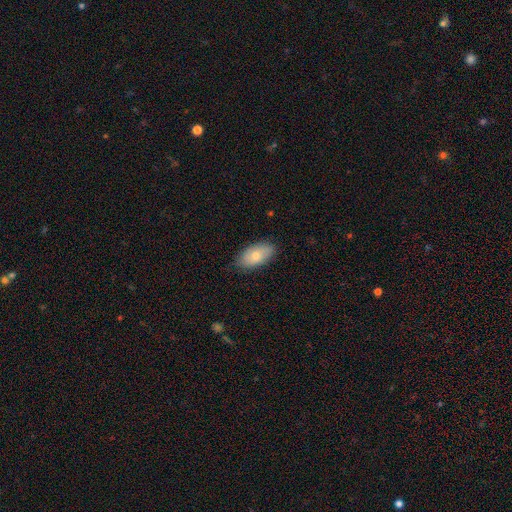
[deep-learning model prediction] smooth 73%, featured or disk 21%, star or artifact 6%. Down the decision tree: how rounded — in between (93%); merging — none (81%).